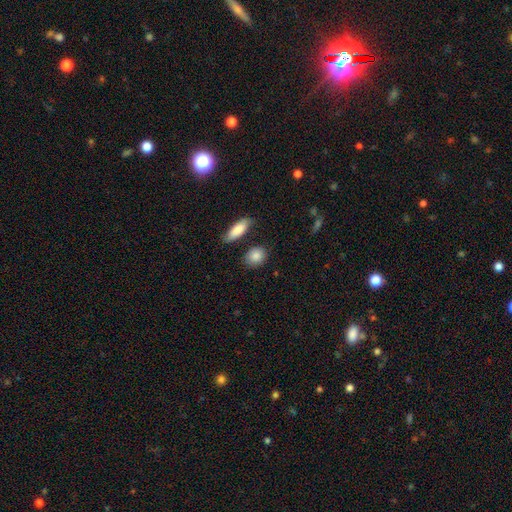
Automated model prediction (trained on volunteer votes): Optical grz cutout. It shows a smooth galaxy with no disk features (87%) that is in between round and cigar-shaped (50%). Merging: none (78%).